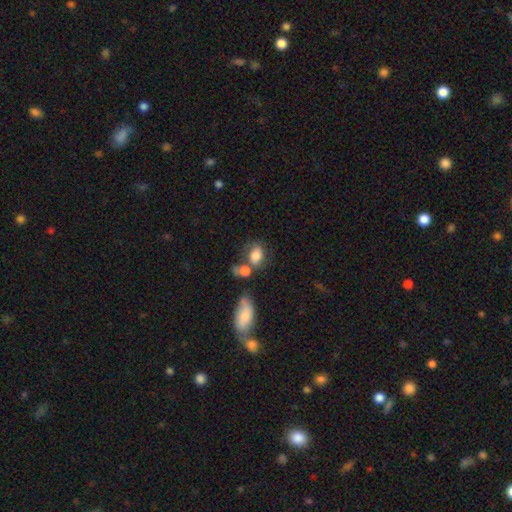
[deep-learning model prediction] Overall: smooth (79%). How rounded: in between (73%). Merging: none (42%; merger 29%).